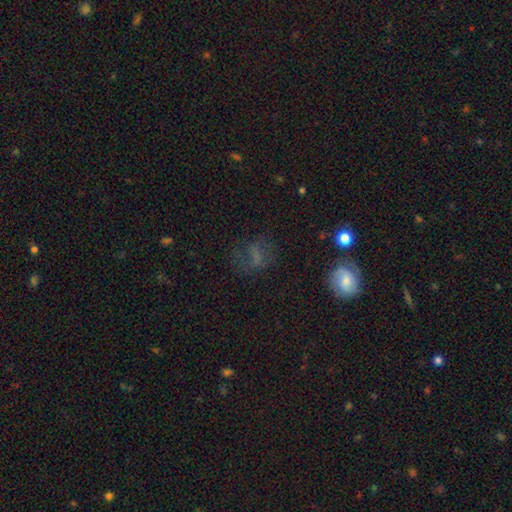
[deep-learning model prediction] smooth 44%, featured or disk 33%, star or artifact 23%. Down the decision tree: merging — none (57%).